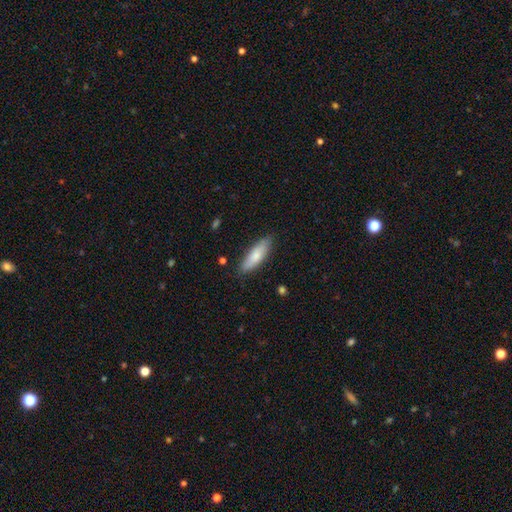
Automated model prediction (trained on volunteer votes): This is likely a smooth galaxy (77%). How rounded: possibly in between (50%). Merging: clearly none (83%).